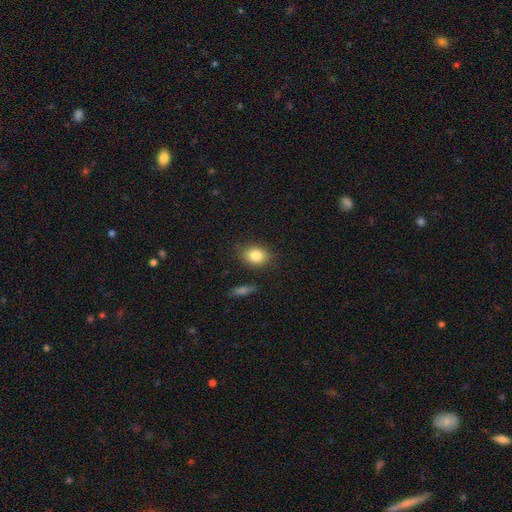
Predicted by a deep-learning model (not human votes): Overall: smooth (84%). How rounded: in between (57%; round 42%). Merging: none (81%).